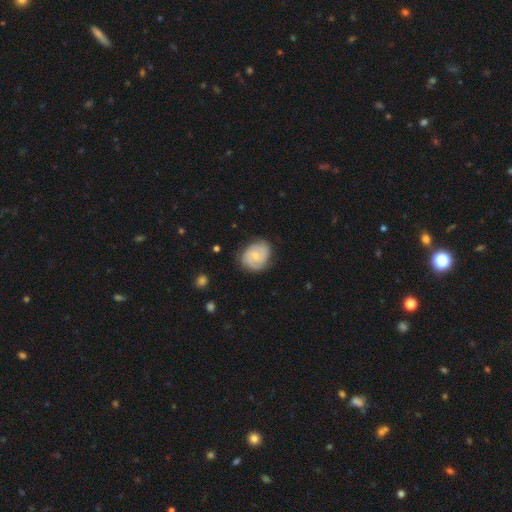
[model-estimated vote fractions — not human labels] Smooth or featured: featured or disk — 74% (smooth — 21%)
Edge-on disk: no — 98% (yes — 2%)
Bar: no — 63% (weak — 32%)
Spiral arms: yes — 94% (no — 6%)
Spiral winding: tight — 58% (medium — 34%)
Spiral arm count: 2 — 65% (can't tell — 15%)
Bulge size: small — 58% (moderate — 38%)
Merging: none — 78% (minor disturbance — 16%)